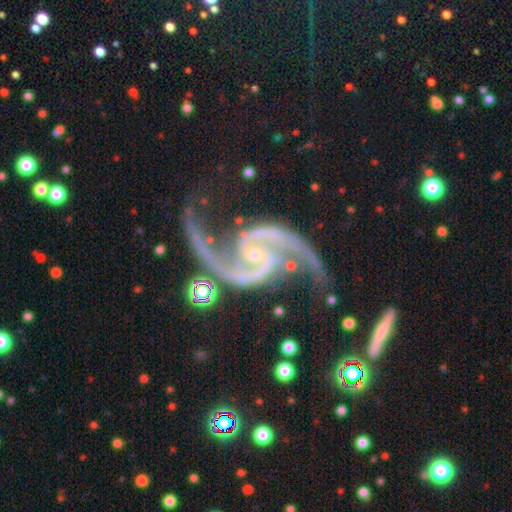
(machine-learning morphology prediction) smooth_or_featured: featured or disk (p=0.94) [alt: star or artifact p=0.04]
disk_edge_on: no (p=0.98) [alt: yes p=0.02]
bar: no (p=0.50) [alt: weak p=0.33]
has_spiral_arms: yes (p=0.99) [alt: no p=0.01]
spiral_winding: medium (p=0.47) [alt: loose p=0.43]
spiral_arm_count: 2 (p=0.94) [alt: 3 p=0.01]
bulge_size: small (p=0.81) [alt: moderate p=0.14]
merging: none (p=0.63) [alt: minor disturbance p=0.19]